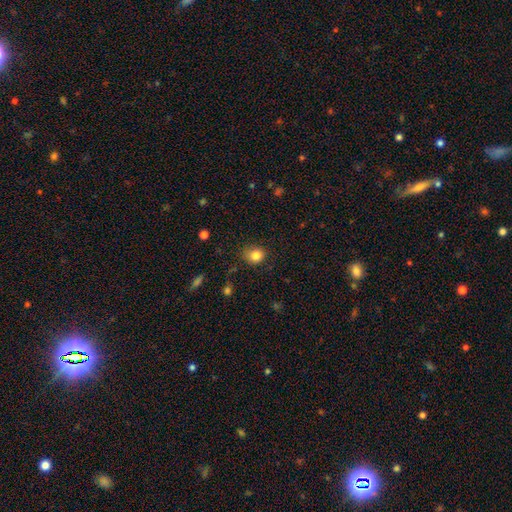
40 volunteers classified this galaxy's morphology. Overall: smooth (90%). How rounded: round (56%; in between 44%). Merging: none (59%; minor disturbance 28%).